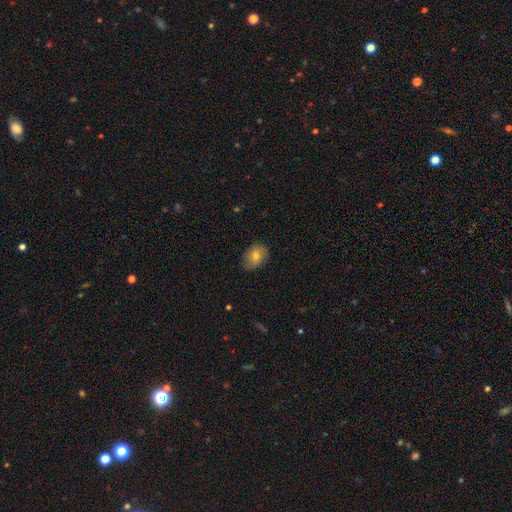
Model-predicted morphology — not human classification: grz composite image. It shows a smooth galaxy with no disk features (75%) that is in between round and cigar-shaped (70%). Merging: none (77%).